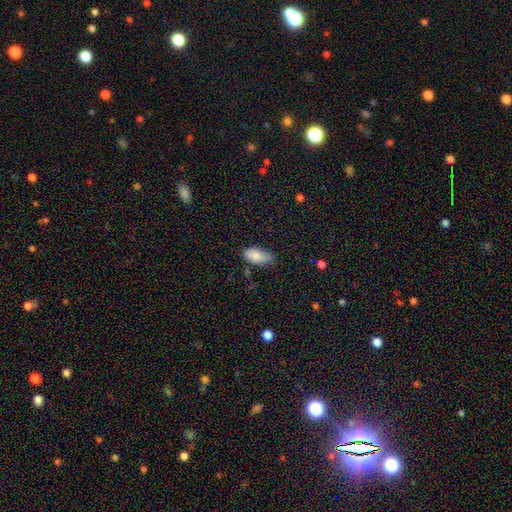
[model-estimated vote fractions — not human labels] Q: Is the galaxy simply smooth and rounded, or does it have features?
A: smooth — 85%.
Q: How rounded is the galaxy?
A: in between — 93%.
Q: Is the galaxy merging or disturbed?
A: none — 64%.